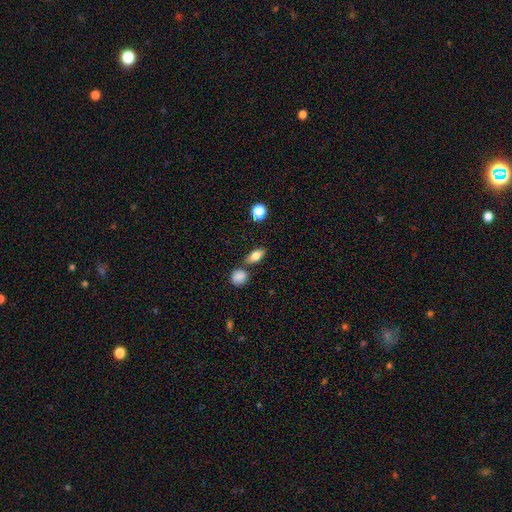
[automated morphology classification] smooth-or-featured: smooth: 69% | featured or disk: 22% | star or artifact: 9%
  how-rounded: in between: 72% | cigar-shaped: 17% | round: 11%
  merging: none: 76% | minor disturbance: 11% | merger: 10% | major disturbance: 3%